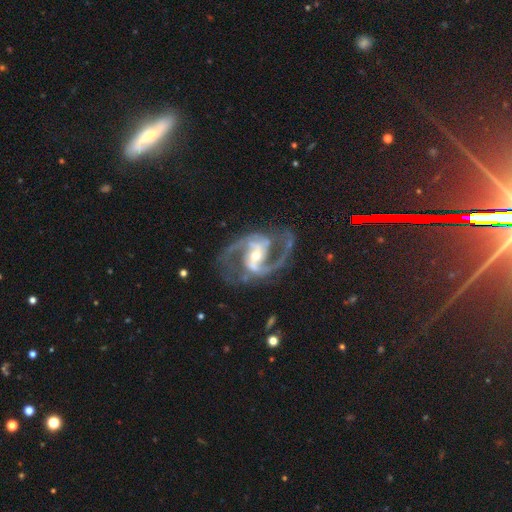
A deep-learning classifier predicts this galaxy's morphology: A featured or disk galaxy (93%) with a strong bar (43%), 2 (92%) medium (63%) spiral arms (98%) and a moderate central bulge (53%). Merging: none (74%).